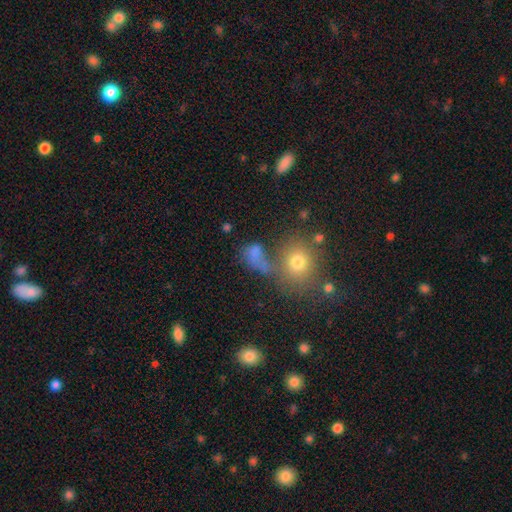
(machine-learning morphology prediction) This is likely a smooth galaxy (65%). How rounded: possibly in between (50%). Merging: marginally none (36%).